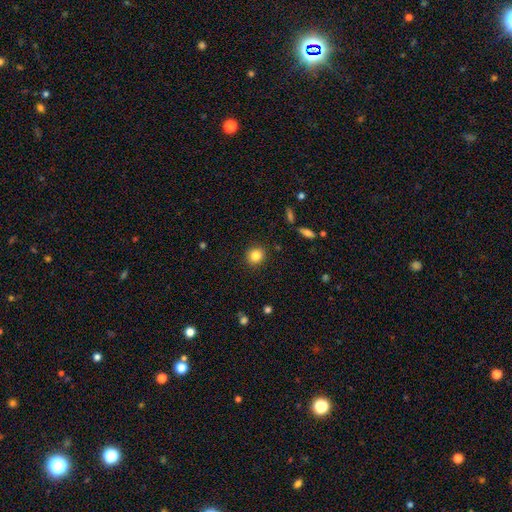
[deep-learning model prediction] smooth_or_featured: smooth (p=0.84) [alt: star or artifact p=0.10]
how_rounded: round (p=0.84) [alt: in between p=0.15]
merging: none (p=0.90) [alt: minor disturbance p=0.06]